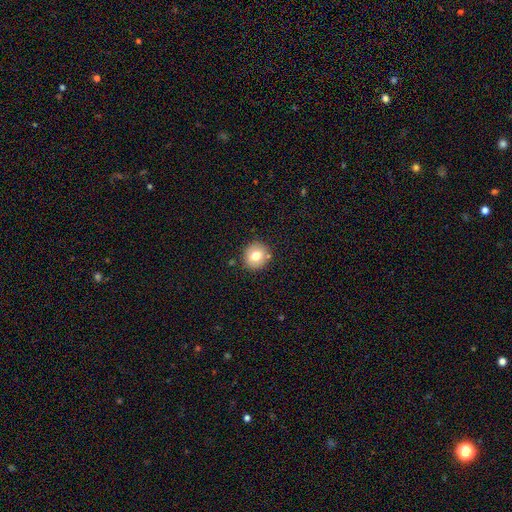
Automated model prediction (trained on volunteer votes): Q: Smooth or featured?
A: smooth (75%); runner-up: featured or disk (14%)
Q: How rounded?
A: round (89%); runner-up: in between (10%)
Q: Merging?
A: none (85%); runner-up: minor disturbance (9%)